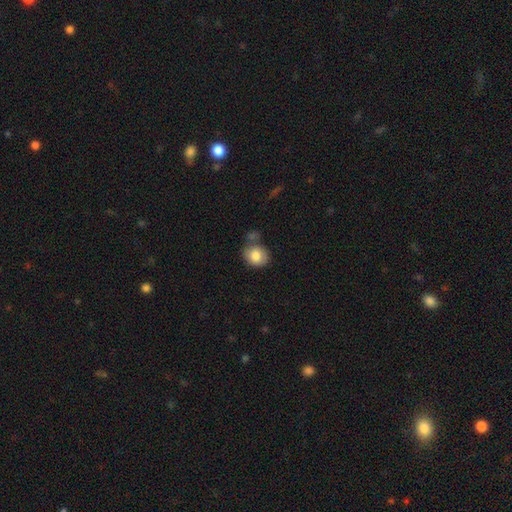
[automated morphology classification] smooth_or_featured: smooth (p=0.81) [alt: featured or disk p=0.11]
how_rounded: round (p=0.67) [alt: in between p=0.32]
merging: none (p=0.58) [alt: merger p=0.18]